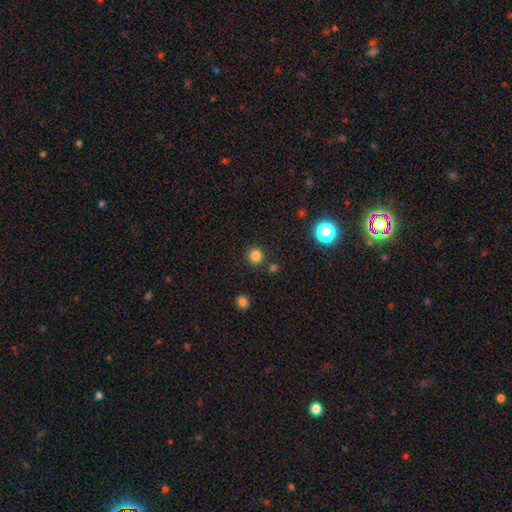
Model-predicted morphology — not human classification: Smooth or featured?
  - smooth: 82% *
  - star or artifact: 14%
  - featured or disk: 4%
How rounded?
  - round: 92% *
  - in between: 7%
  - cigar-shaped: 1%
Merging?
  - none: 87% *
  - minor disturbance: 6%
  - merger: 5%
  - major disturbance: 2%